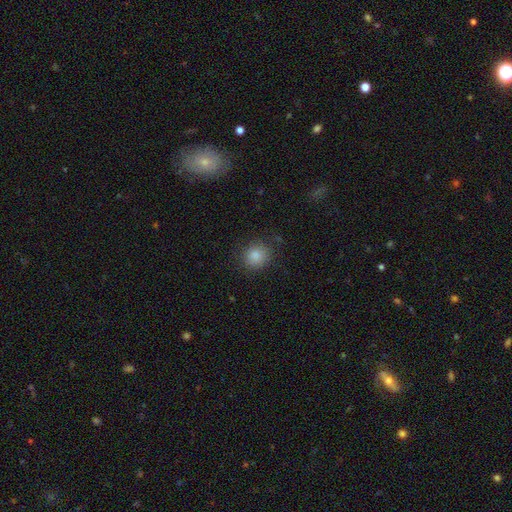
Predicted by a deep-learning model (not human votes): Morphology: type=smooth (85%); roundness=round (86%); merging=none (85%).